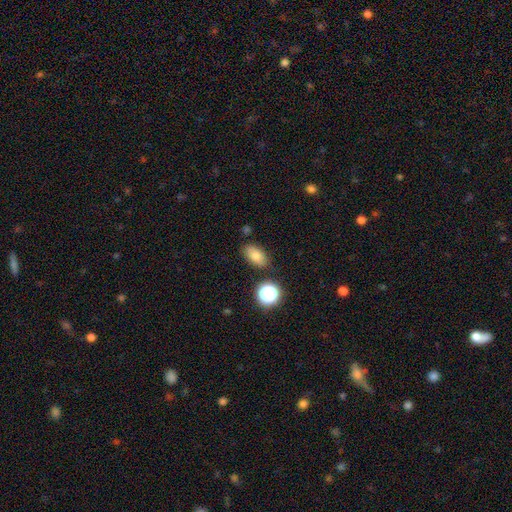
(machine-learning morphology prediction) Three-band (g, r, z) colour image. It shows a smooth galaxy with no disk features (76%) that is in between round and cigar-shaped (86%). Merging: none (83%).